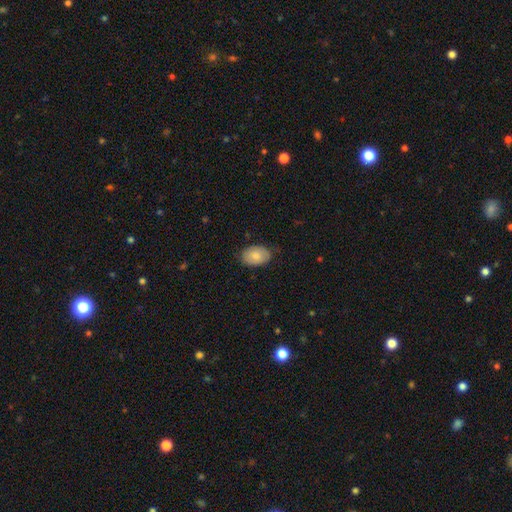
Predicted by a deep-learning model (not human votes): This is clearly a smooth galaxy (82%). How rounded: clearly in between (89%). Merging: likely none (78%).